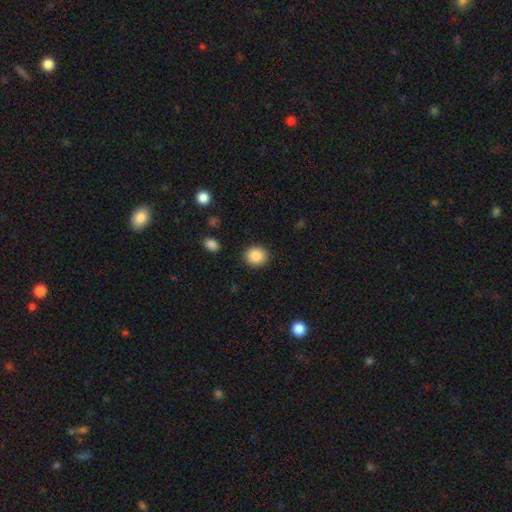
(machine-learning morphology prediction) Smooth or featured? smooth (88%)
How rounded? round (80%)
Merging? none (89%)